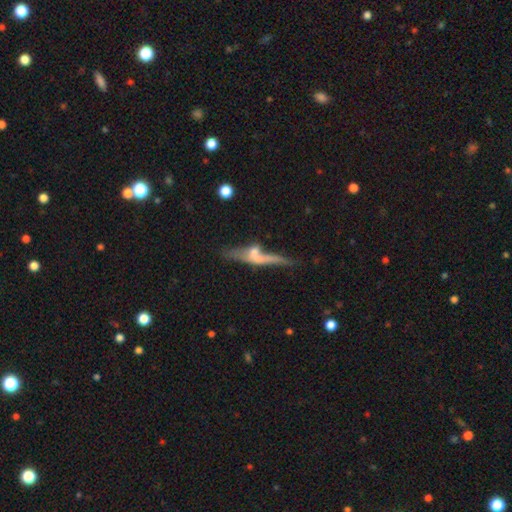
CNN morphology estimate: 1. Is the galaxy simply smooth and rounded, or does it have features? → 52% featured or disk, 39% smooth, 9% star or artifact.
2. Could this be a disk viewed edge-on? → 81% yes, 19% no.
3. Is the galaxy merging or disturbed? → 44% none, 26% merger, 18% minor disturbance, 12% major disturbance.